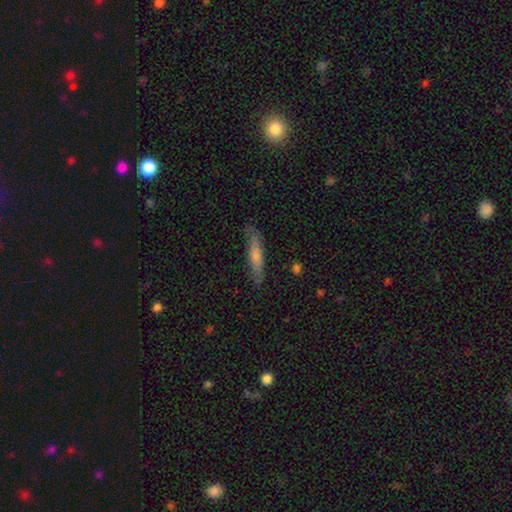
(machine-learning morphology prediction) Smooth or featured? smooth (60%)
How rounded? cigar-shaped (88%)
Merging? none (82%)